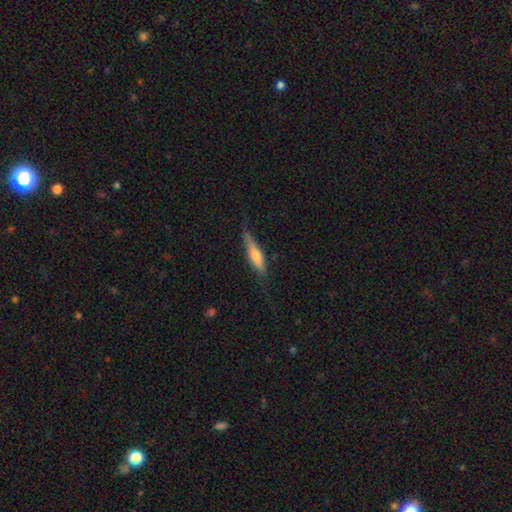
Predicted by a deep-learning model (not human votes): Smooth or featured? smooth (49%)
Merging? none (73%)